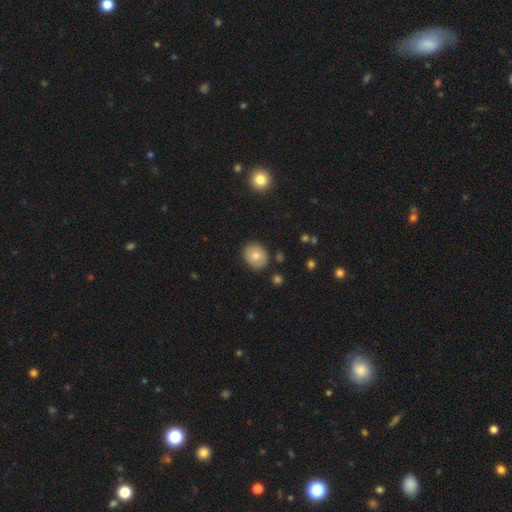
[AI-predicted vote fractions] smooth_or_featured: smooth (p=0.79) [alt: featured or disk p=0.12]
how_rounded: round (p=0.67) [alt: in between p=0.32]
merging: none (p=0.84) [alt: minor disturbance p=0.11]